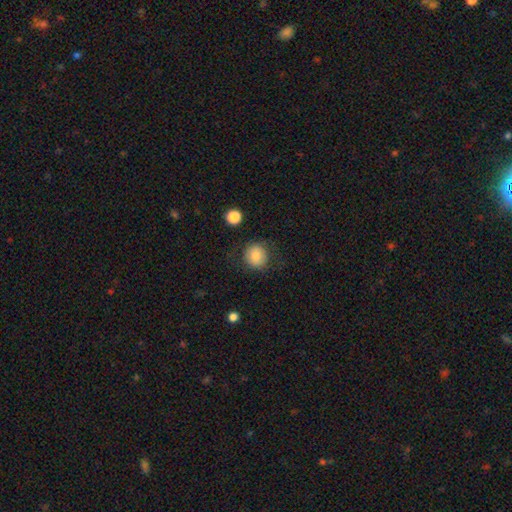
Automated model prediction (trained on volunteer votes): This is clearly a smooth galaxy (82%). How rounded: clearly round (88%). Merging: likely none (78%).